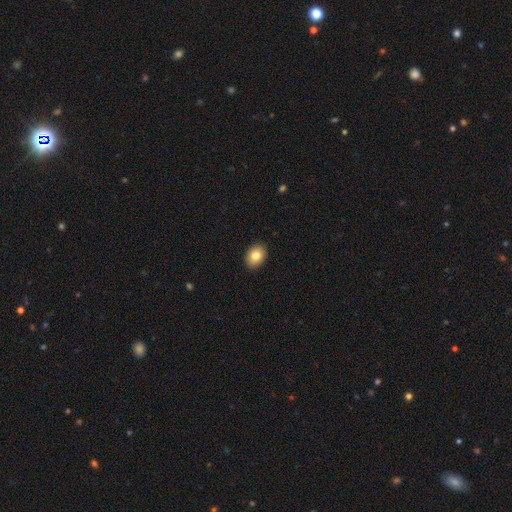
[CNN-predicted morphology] This is clearly a smooth galaxy (83%). How rounded: likely in between (70%). Merging: clearly none (91%).